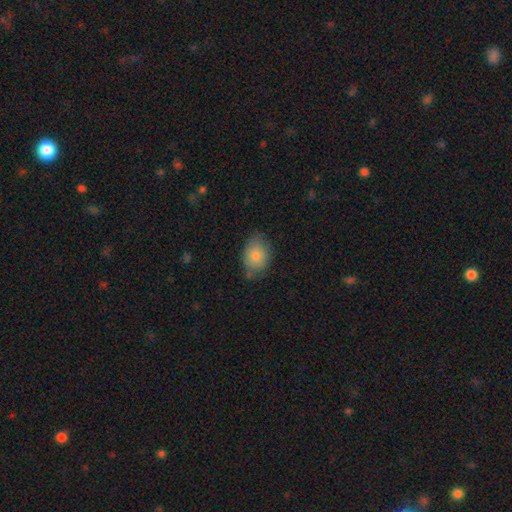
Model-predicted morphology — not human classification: smooth_or_featured: smooth (p=0.82) [alt: featured or disk p=0.10]
how_rounded: in between (p=0.68) [alt: round p=0.31]
merging: none (p=0.70) [alt: minor disturbance p=0.24]